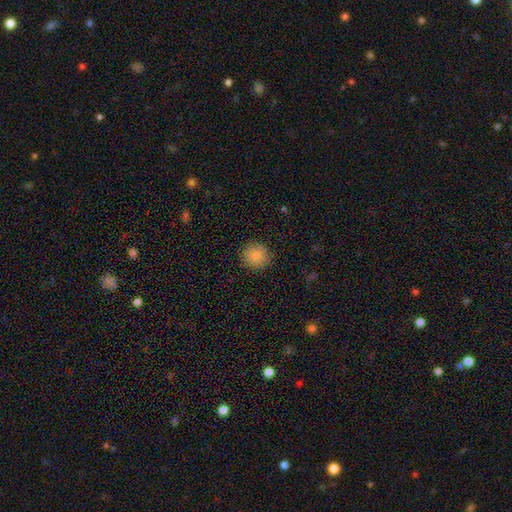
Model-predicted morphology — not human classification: Smooth or featured: smooth — 86% (star or artifact — 9%)
How rounded: round — 93% (in between — 6%)
Merging: none — 91% (minor disturbance — 7%)